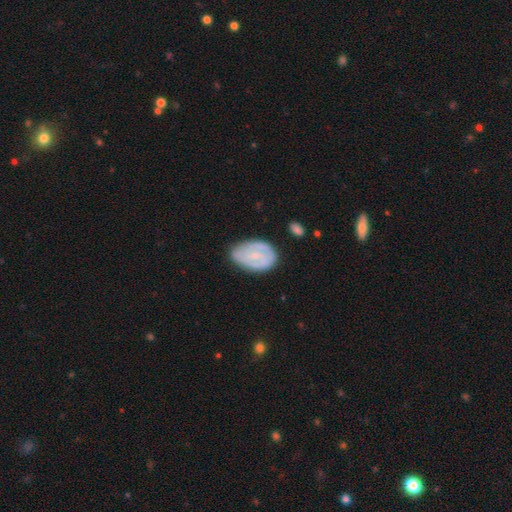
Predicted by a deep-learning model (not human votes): Smooth or featured? featured or disk (61%)
Edge-on disk? no (97%)
Bar? no (59%)
Spiral arms? yes (75%)
Bulge size? small (69%)
Merging? none (63%)